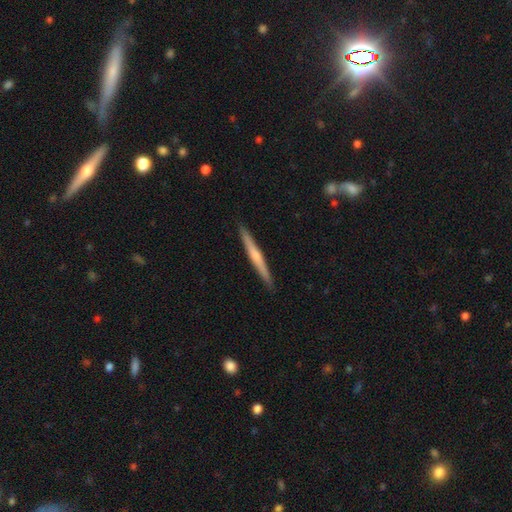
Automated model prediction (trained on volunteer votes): Q: Smooth or featured?
A: featured or disk (51%); runner-up: smooth (43%)
Q: Edge-on disk?
A: yes (97%); runner-up: no (3%)
Q: Merging?
A: none (91%); runner-up: minor disturbance (6%)